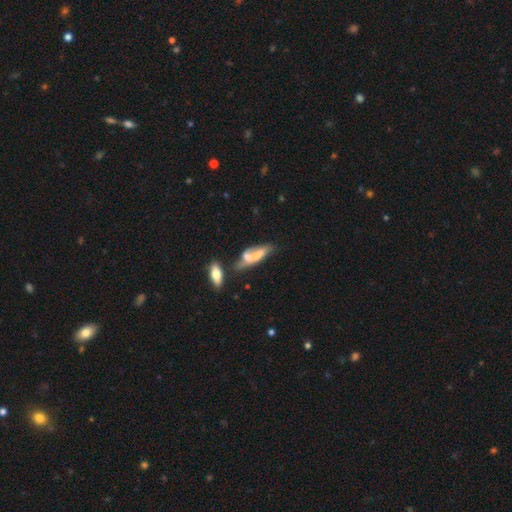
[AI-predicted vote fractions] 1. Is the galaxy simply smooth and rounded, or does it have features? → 47% smooth, 45% featured or disk, 8% star or artifact.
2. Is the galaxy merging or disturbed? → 36% merger, 34% none, 19% minor disturbance, 11% major disturbance.